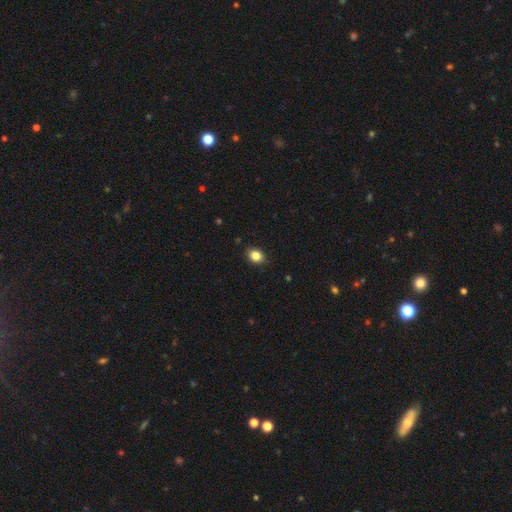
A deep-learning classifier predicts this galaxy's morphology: A smooth galaxy with no disk features (85%) that is round (52%). Merging: none (85%).